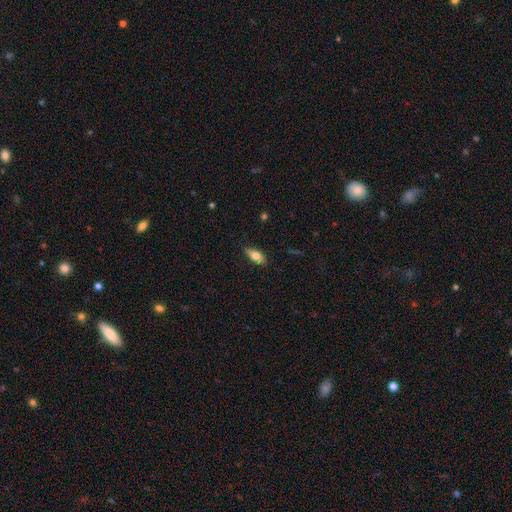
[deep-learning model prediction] Q: Smooth or featured?
A: smooth (74%); runner-up: featured or disk (19%)
Q: How rounded?
A: in between (84%); runner-up: cigar-shaped (14%)
Q: Merging?
A: none (86%); runner-up: minor disturbance (11%)